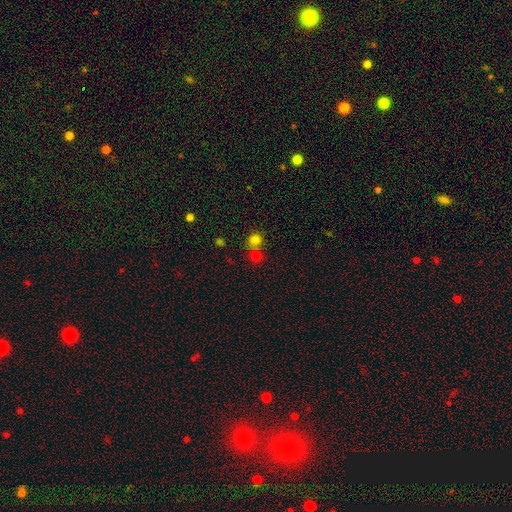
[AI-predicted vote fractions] The model was most divided on "merging": none: 55%, merger: 36%, minor disturbance: 6%, major disturbance: 3%. More confident: how rounded — round (88%); smooth or featured — smooth (74%).